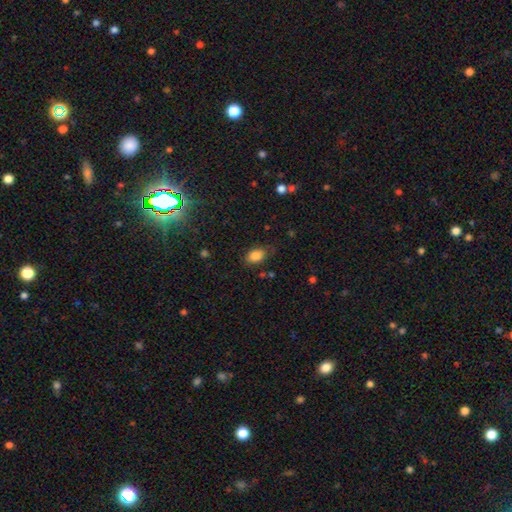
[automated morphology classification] A smooth galaxy with no disk features (84%) that is in between round and cigar-shaped (83%). Merging: none (78%).